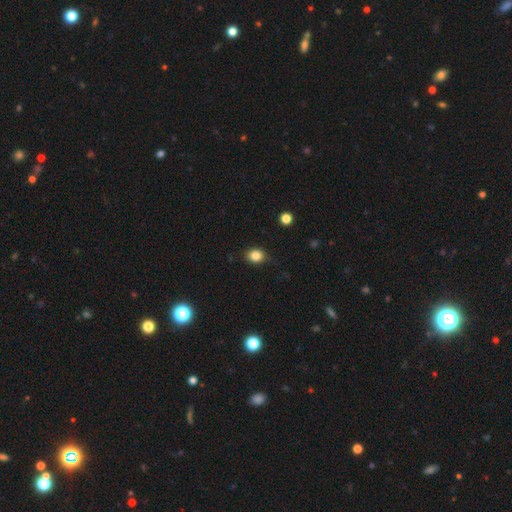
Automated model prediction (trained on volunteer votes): smooth 84%, star or artifact 11%, featured or disk 5%. Down the decision tree: how rounded — round (62%); merging — none (82%).